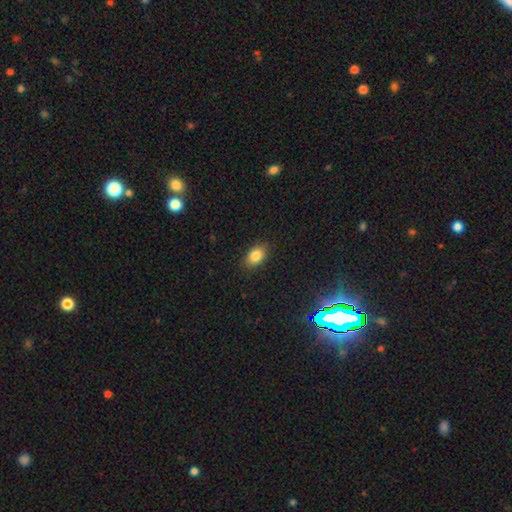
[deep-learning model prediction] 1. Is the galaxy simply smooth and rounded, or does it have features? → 84% smooth, 9% star or artifact, 6% featured or disk.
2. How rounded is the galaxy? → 84% in between, 15% round, 1% cigar-shaped.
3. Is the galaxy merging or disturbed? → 87% none, 10% minor disturbance, 2% major disturbance, 1% merger.